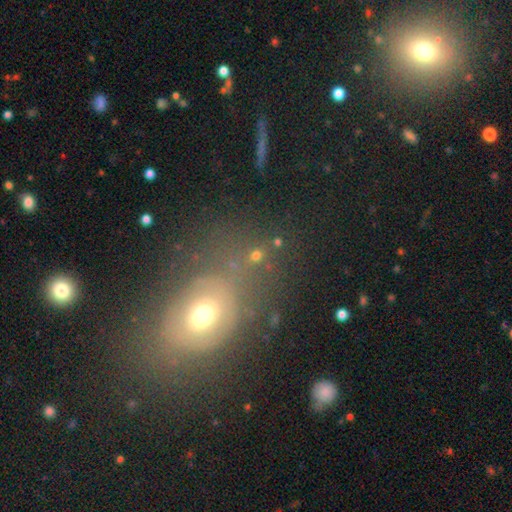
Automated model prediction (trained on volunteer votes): smooth 48%, featured or disk 26%, star or artifact 26%. Down the decision tree: merging — none (65%).